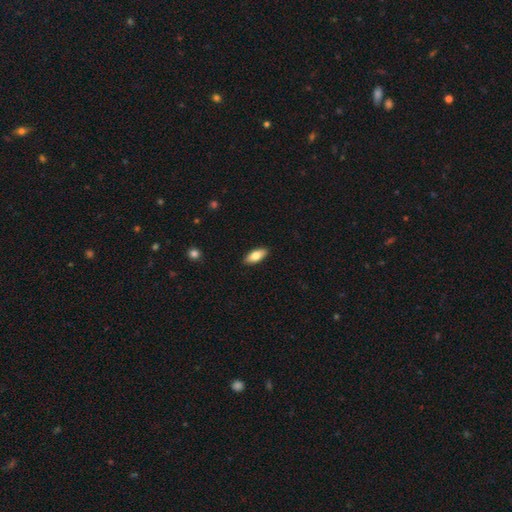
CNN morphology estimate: Overall: smooth (77%). How rounded: in between (83%). Merging: none (90%).